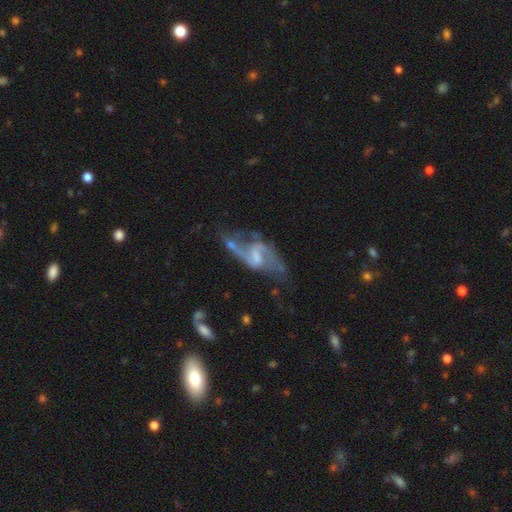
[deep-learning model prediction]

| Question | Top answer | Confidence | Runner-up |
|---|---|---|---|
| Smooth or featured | featured or disk | 87% | smooth (7%) |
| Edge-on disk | no | 96% | yes (4%) |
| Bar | weak | 53% | strong (28%) |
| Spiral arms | yes | 93% | no (7%) |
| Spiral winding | loose | 63% | medium (31%) |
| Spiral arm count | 2 | 90% | can't tell (4%) |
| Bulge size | none | 36% | small (35%) |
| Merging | none | 49% | major disturbance (21%) |